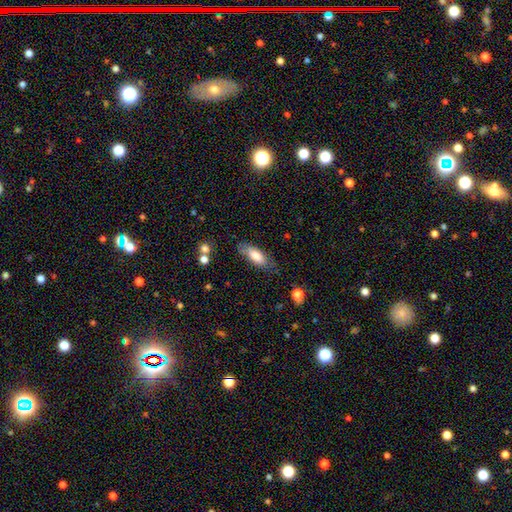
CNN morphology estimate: smooth_or_featured: smooth (p=0.77) [alt: featured or disk p=0.16]
how_rounded: in between (p=0.75) [alt: cigar-shaped p=0.23]
merging: none (p=0.73) [alt: minor disturbance p=0.19]